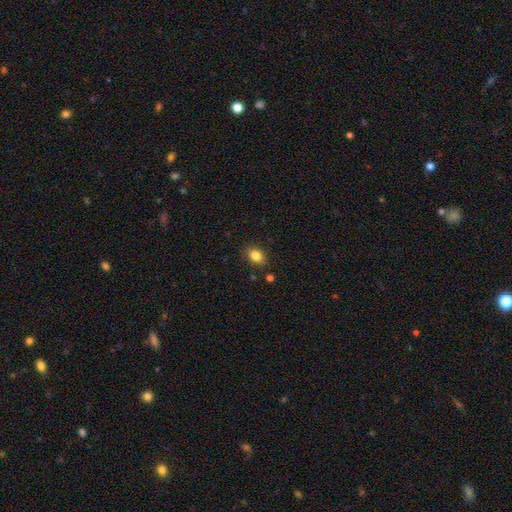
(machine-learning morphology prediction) Smooth or featured: smooth — 84% (star or artifact — 10%)
How rounded: in between — 65% (round — 34%)
Merging: none — 83% (minor disturbance — 12%)